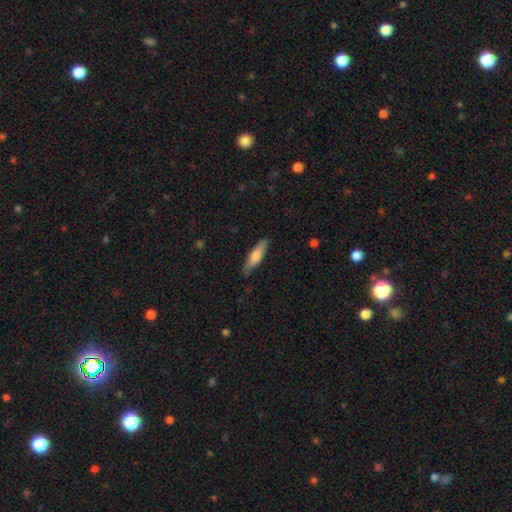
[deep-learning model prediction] Smooth or featured: smooth — 68% (featured or disk — 26%)
How rounded: cigar-shaped — 71% (in between — 27%)
Merging: none — 85% (minor disturbance — 12%)